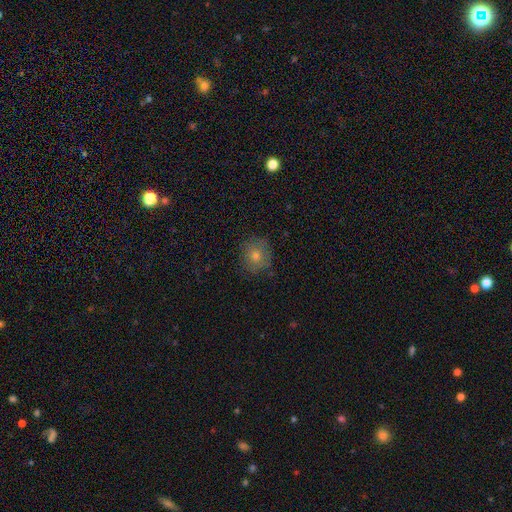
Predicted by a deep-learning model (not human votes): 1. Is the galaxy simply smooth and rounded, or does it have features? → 67% smooth, 17% featured or disk, 15% star or artifact.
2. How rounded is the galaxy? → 87% round, 12% in between, 1% cigar-shaped.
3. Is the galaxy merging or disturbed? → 81% none, 14% minor disturbance, 4% major disturbance, 1% merger.